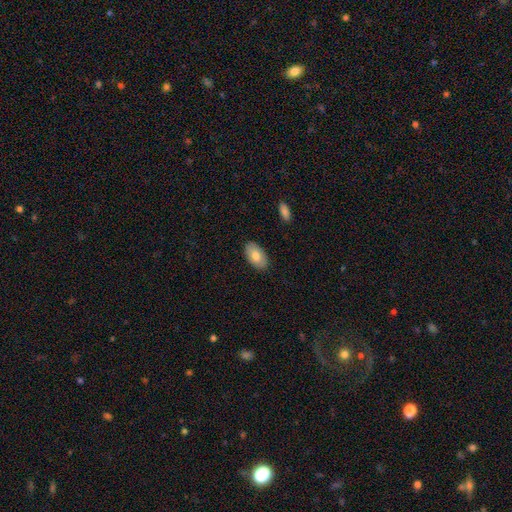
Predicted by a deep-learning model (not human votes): This is likely a smooth galaxy (74%). How rounded: clearly in between (95%). Merging: clearly none (88%).